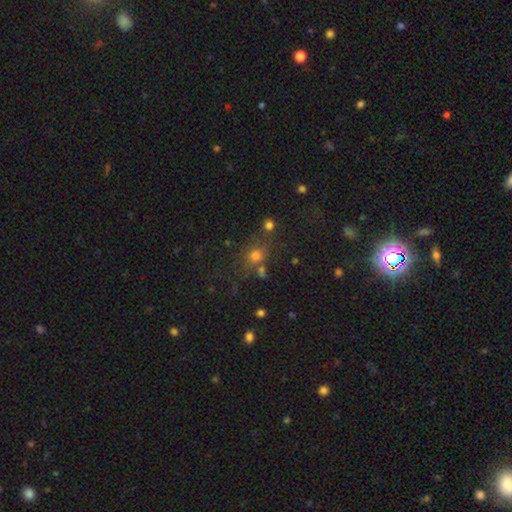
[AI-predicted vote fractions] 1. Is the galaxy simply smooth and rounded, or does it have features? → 68% smooth, 22% star or artifact, 9% featured or disk.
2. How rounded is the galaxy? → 78% round, 20% in between, 1% cigar-shaped.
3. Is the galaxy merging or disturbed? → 66% none, 14% merger, 13% minor disturbance, 6% major disturbance.